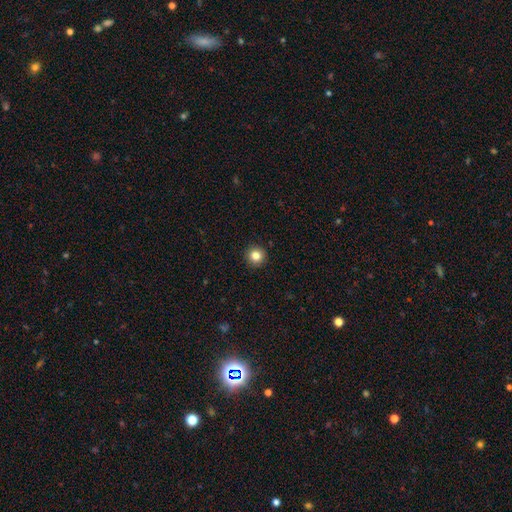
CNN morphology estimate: This appears to be a smooth galaxy with no disk features (83%) that is round (95%). Merging: none (93%).